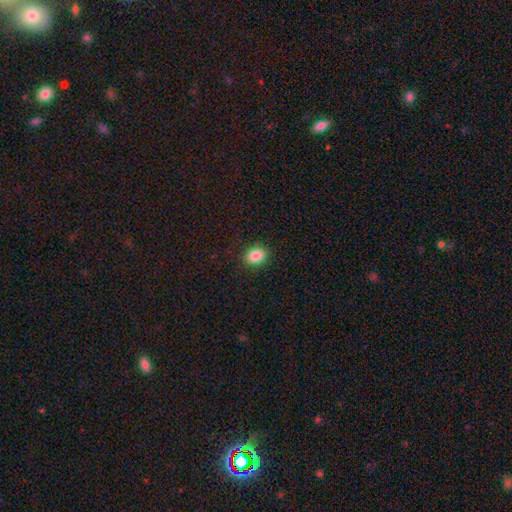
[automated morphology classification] type=smooth (86%); roundness=in between (56%); merging=none (89%).